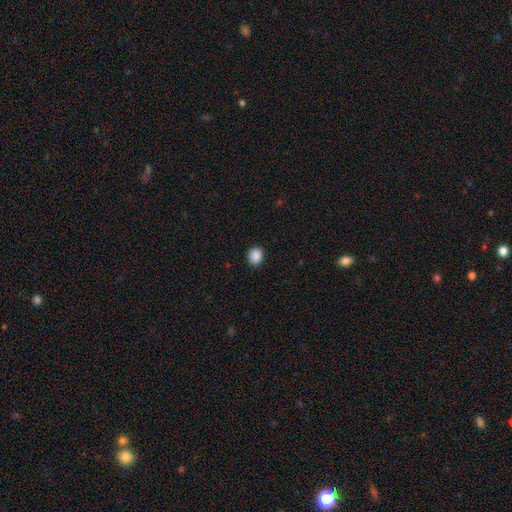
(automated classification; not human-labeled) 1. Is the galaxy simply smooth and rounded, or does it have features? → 89% smooth, 9% star or artifact, 2% featured or disk.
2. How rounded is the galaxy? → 70% round, 29% in between, 1% cigar-shaped.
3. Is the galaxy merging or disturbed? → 88% none, 8% minor disturbance, 2% major disturbance, 1% merger.